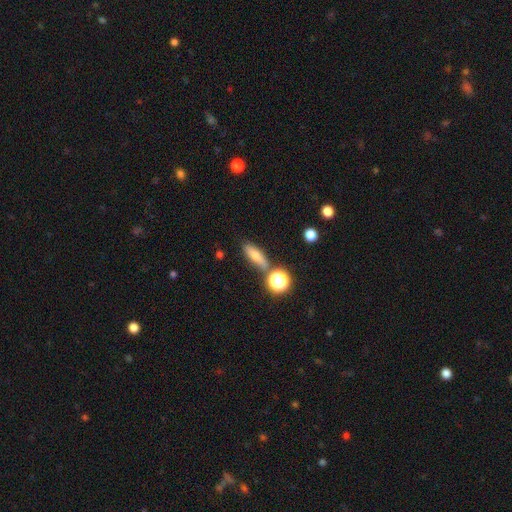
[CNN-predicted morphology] Smooth or featured?
  - smooth: 63% *
  - featured or disk: 23%
  - star or artifact: 14%
How rounded?
  - in between: 46% *
  - cigar-shaped: 43%
  - round: 11%
Merging?
  - none: 74% *
  - minor disturbance: 13%
  - merger: 9%
  - major disturbance: 4%